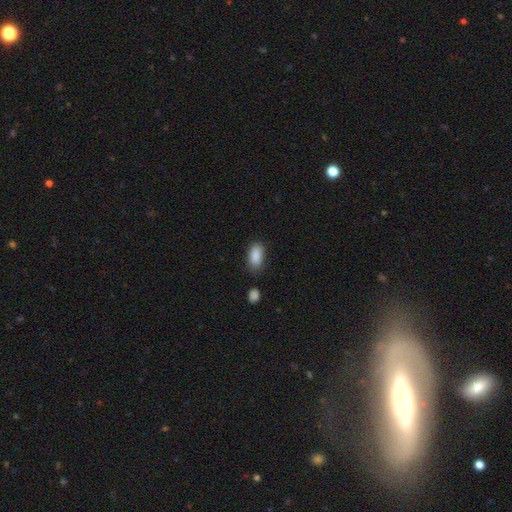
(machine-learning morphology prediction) A smooth galaxy with no disk features (89%) that is in between round and cigar-shaped (90%). Merging: none (74%).